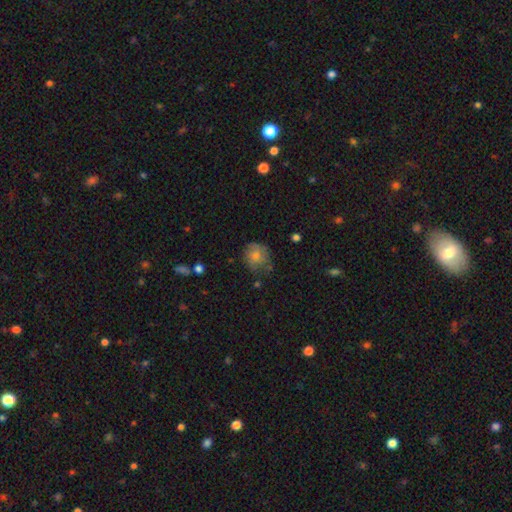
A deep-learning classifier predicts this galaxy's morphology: This is likely a smooth galaxy (70%). How rounded: likely round (77%). Merging: possibly none (59%).